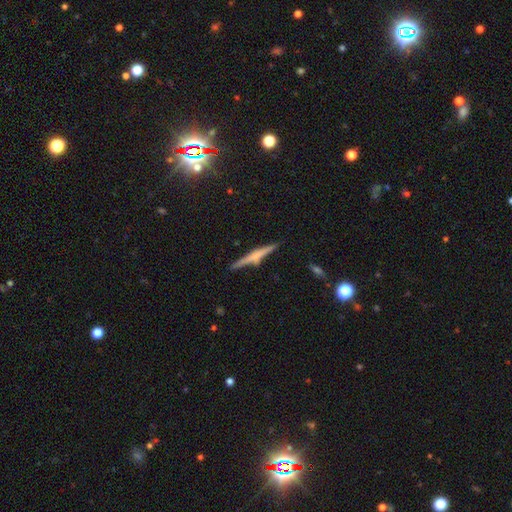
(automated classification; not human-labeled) Smooth or featured? Predicted: featured or disk (p=0.59). Edge-on disk? Predicted: yes (p=0.98). Edge-on bulge? Predicted: rounded (p=0.54). Merging? Predicted: none (p=0.83).